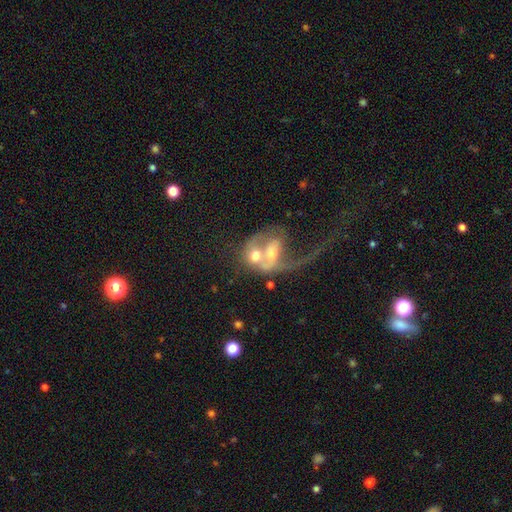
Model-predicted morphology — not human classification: Overall: featured or disk (54%; smooth 37%). Edge-on disk: no (95%). Bar: no (67%). Spiral arms: no (52%; yes 48%). Bulge size: moderate (52%; large 19%). Merging: merger (67%).